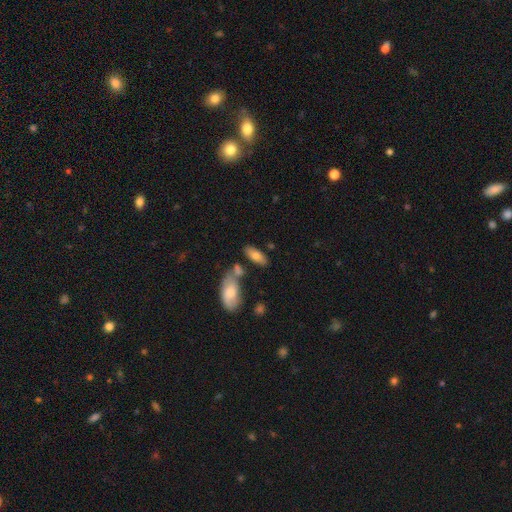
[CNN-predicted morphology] smooth-or-featured: smooth: 73% | featured or disk: 20% | star or artifact: 7%
  how-rounded: in between: 78% | cigar-shaped: 19% | round: 3%
  merging: none: 66% | merger: 17% | minor disturbance: 13% | major disturbance: 4%